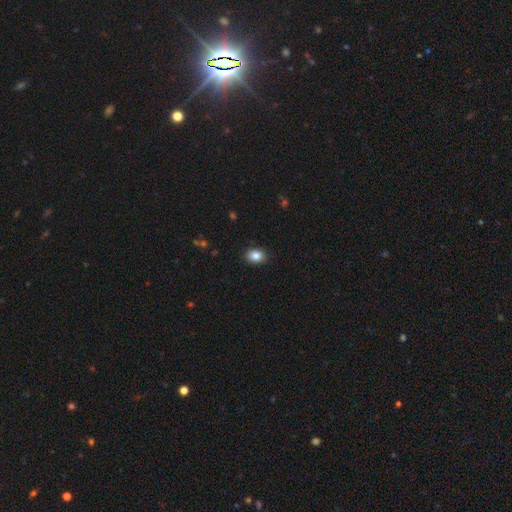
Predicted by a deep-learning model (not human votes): smooth-or-featured: smooth: 85% | star or artifact: 9% | featured or disk: 6%
  how-rounded: in between: 67% | round: 32% | cigar-shaped: 1%
  merging: none: 89% | minor disturbance: 8% | major disturbance: 2% | merger: 1%